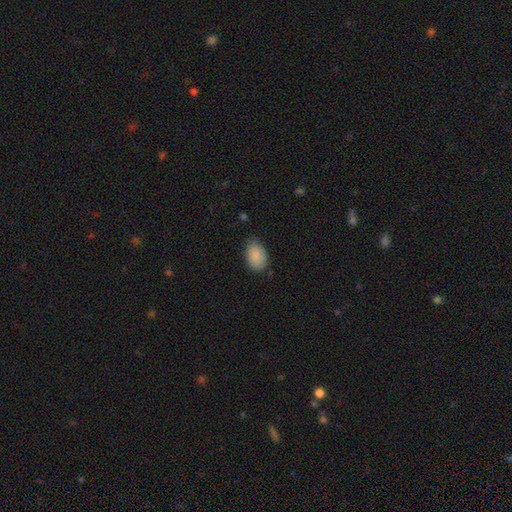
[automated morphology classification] Smooth or featured? Predicted: smooth (p=0.88). How rounded? Predicted: in between (p=0.86). Merging? Predicted: none (p=0.68).